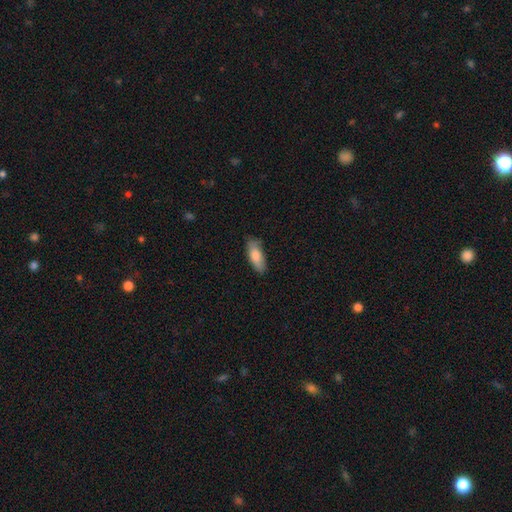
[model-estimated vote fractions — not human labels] A smooth galaxy with no disk features (82%) that is in between round and cigar-shaped (75%). Merging: none (72%).